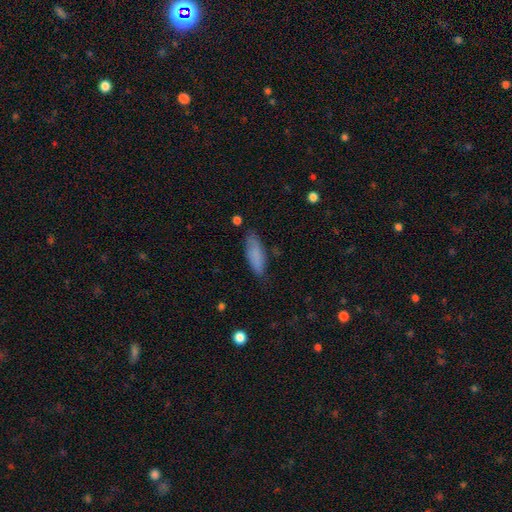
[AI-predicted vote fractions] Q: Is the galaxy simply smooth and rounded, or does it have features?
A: smooth — 83%.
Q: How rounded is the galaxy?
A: in between — 55%.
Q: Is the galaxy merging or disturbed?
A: none — 78%.